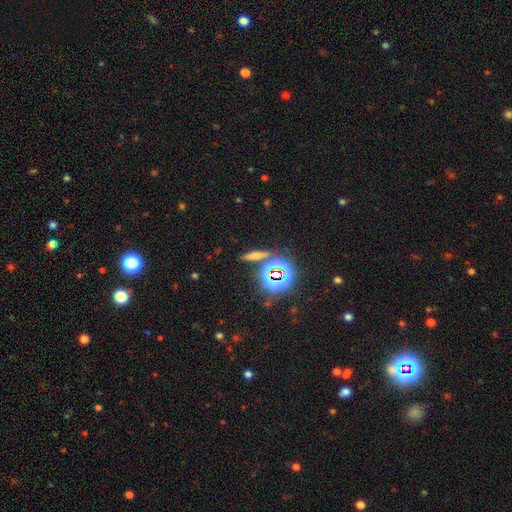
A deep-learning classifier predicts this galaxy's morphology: The model was most divided on "smooth or featured": smooth: 36%, star or artifact: 34%, featured or disk: 30%. More confident: merging — none (82%).